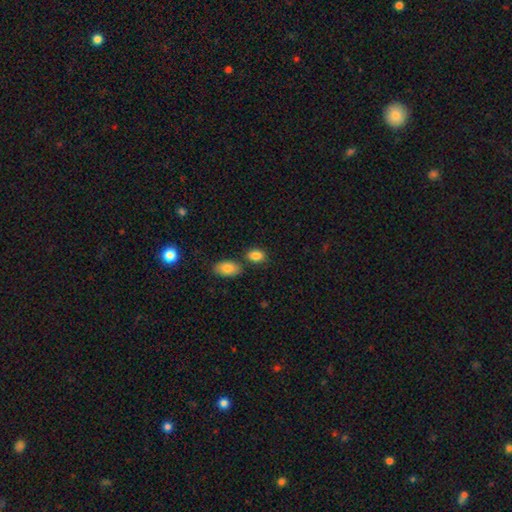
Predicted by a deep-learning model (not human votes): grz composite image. It shows a smooth galaxy with no disk features (86%) that is in between round and cigar-shaped (79%). Merging: none (68%).